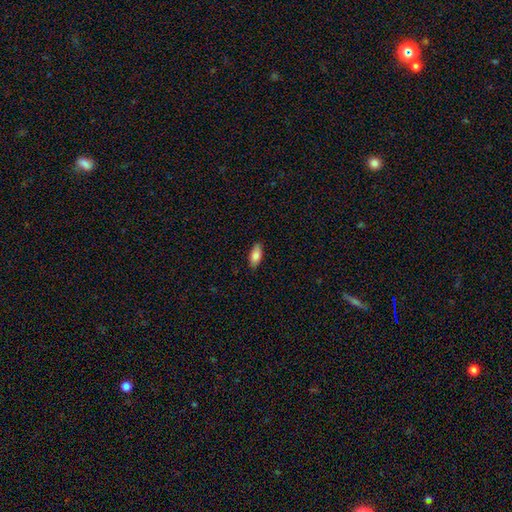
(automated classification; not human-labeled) Q: Smooth or featured?
A: smooth (82%); runner-up: featured or disk (12%)
Q: How rounded?
A: in between (85%); runner-up: cigar-shaped (13%)
Q: Merging?
A: none (87%); runner-up: minor disturbance (11%)